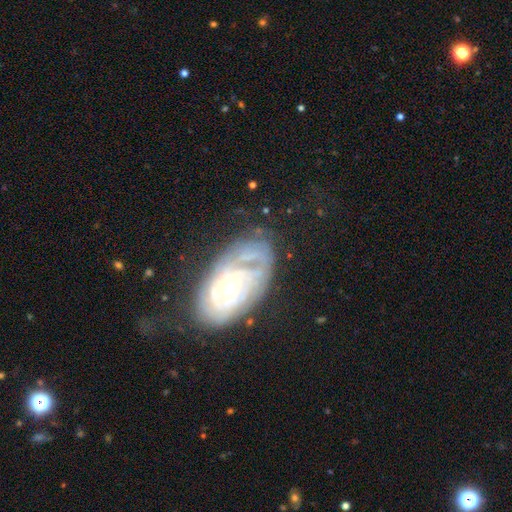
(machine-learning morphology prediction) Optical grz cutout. It shows a featured or disk galaxy (78%) with no bar (70%), tight (70%) spiral arms (84%) and a moderate central bulge (64%). Merging: none (56%).